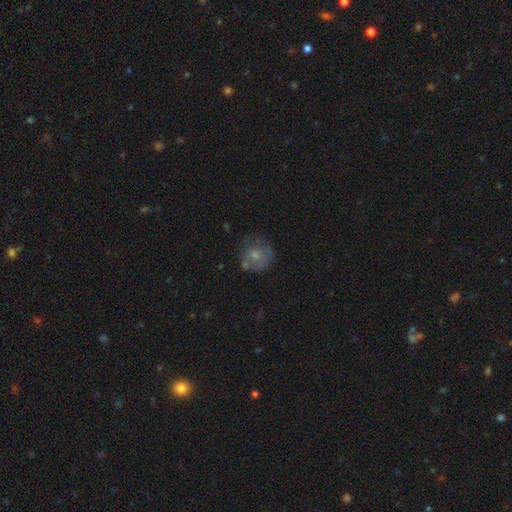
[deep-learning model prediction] This is likely a smooth galaxy (62%). How rounded: clearly round (85%). Merging: possibly none (58%).